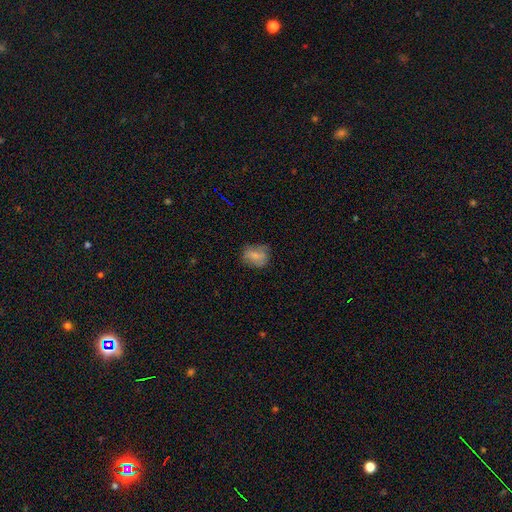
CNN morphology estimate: Smooth or featured: smooth — 66% (featured or disk — 25%)
How rounded: in between — 51% (round — 47%)
Merging: none — 66% (minor disturbance — 24%)